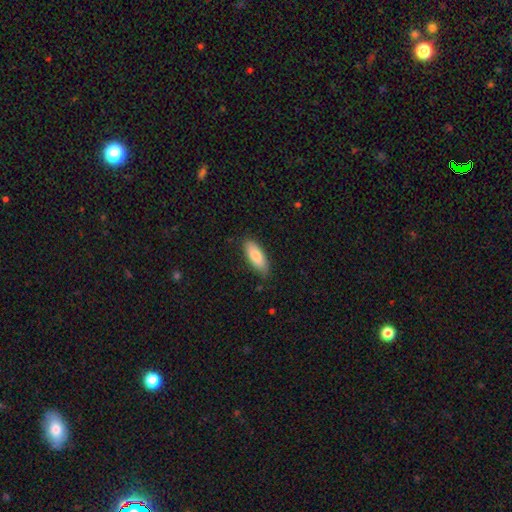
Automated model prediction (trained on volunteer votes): smooth 81%, featured or disk 13%, star or artifact 6%. Down the decision tree: how rounded — in between (72%); merging — none (80%).